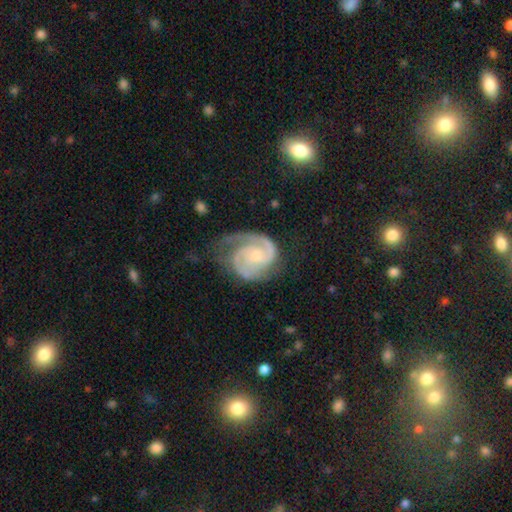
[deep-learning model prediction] Overall: featured or disk (90%). Edge-on disk: no (98%). Bar: no (63%; weak 31%). Spiral arms: yes (98%). Spiral arm count: 2 (78%). Spiral winding: tight (52%; medium 40%). Bulge size: small (61%; moderate 31%). Merging: none (60%; minor disturbance 25%).